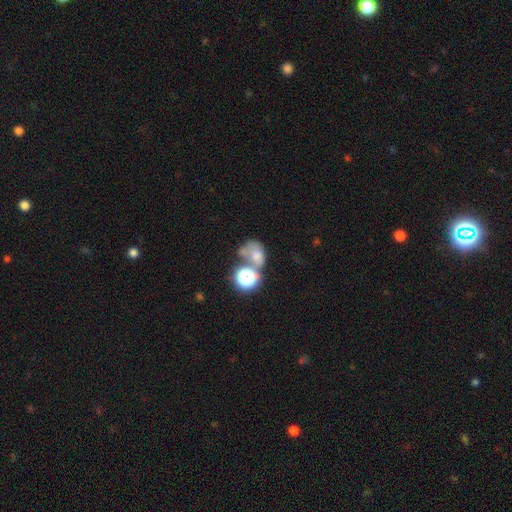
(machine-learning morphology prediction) smooth_or_featured: smooth (p=0.49) [alt: featured or disk p=0.26]
merging: merger (p=0.46) [alt: none p=0.27]